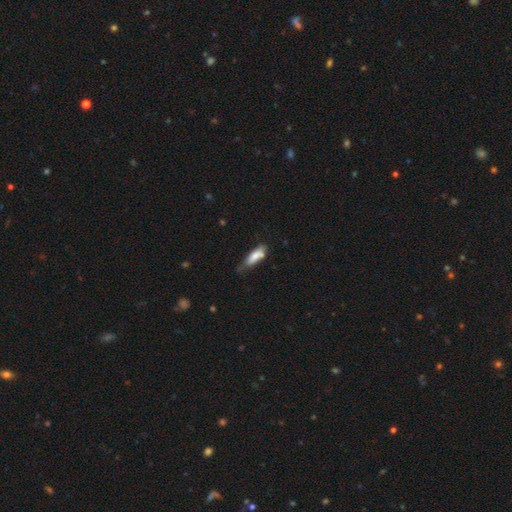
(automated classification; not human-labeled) A smooth galaxy with no disk features (77%) that is in between round and cigar-shaped (51%). Merging: none (42%).